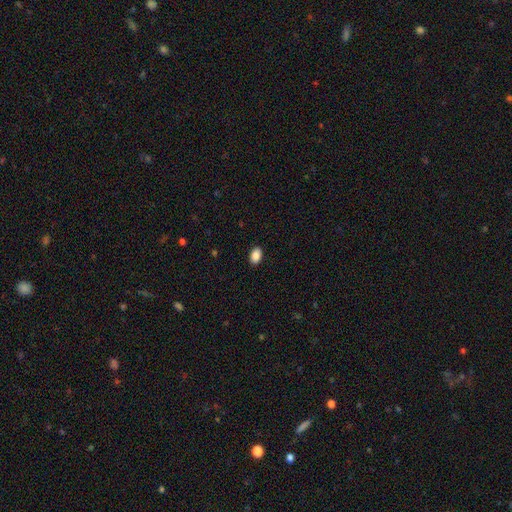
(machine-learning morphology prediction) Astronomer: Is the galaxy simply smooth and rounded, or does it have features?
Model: smooth — 88%.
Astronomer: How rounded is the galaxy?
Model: in between — 89%.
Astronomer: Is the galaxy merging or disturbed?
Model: none — 90%.